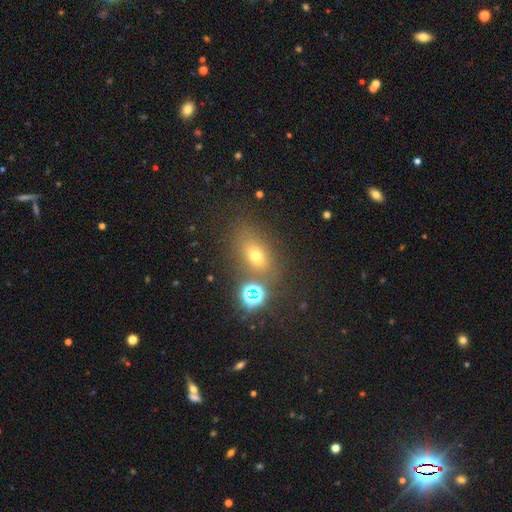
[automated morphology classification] type=smooth (59%); roundness=in between (66%); merging=none (71%).